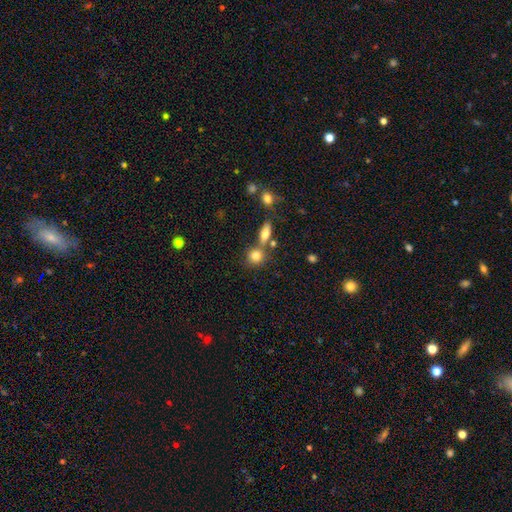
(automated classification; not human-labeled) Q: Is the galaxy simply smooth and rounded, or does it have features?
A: smooth — 81%.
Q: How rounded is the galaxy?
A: round — 77%.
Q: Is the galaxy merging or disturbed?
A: none — 57%.